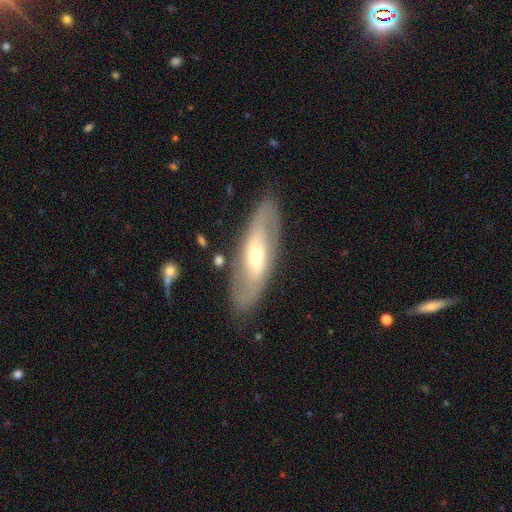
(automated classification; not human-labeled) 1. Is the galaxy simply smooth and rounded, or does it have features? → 68% featured or disk, 26% smooth, 6% star or artifact.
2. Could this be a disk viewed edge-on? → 80% no, 20% yes.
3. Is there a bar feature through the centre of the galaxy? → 47% no, 34% weak, 19% strong.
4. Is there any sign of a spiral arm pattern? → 72% yes, 28% no.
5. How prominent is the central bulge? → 54% moderate, 40% small, 4% large, 1% dominant, 1% none.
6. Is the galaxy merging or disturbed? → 81% none, 13% minor disturbance, 4% major disturbance, 2% merger.